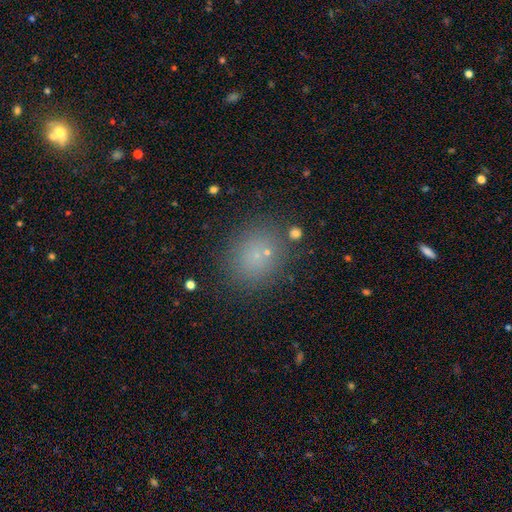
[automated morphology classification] smooth-or-featured: smooth: 69% | star or artifact: 22% | featured or disk: 9%
  how-rounded: round: 75% | in between: 24% | cigar-shaped: 1%
  merging: none: 84% | minor disturbance: 8% | merger: 4% | major disturbance: 3%